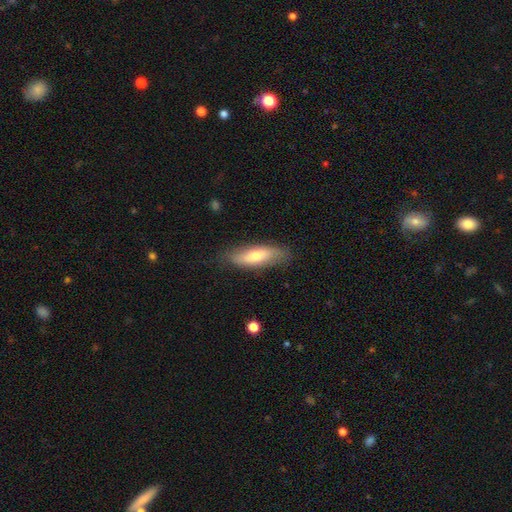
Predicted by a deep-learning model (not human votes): smooth 61%, featured or disk 33%, star or artifact 6%. Down the decision tree: how rounded — cigar-shaped (53%); merging — none (80%).